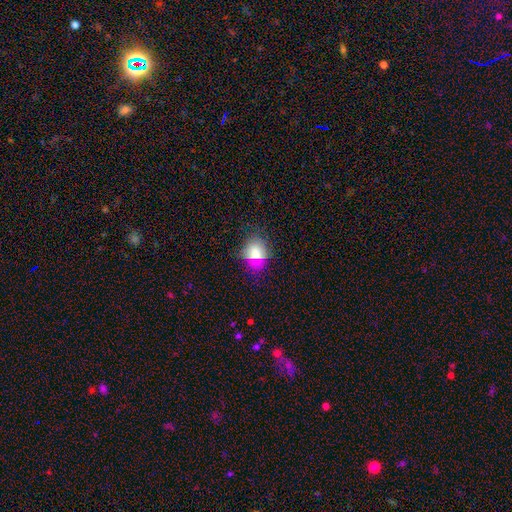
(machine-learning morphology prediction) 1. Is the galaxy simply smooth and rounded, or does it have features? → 71% smooth, 19% star or artifact, 10% featured or disk.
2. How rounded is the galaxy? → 52% round, 46% in between, 2% cigar-shaped.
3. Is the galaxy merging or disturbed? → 80% none, 14% minor disturbance, 4% major disturbance, 2% merger.